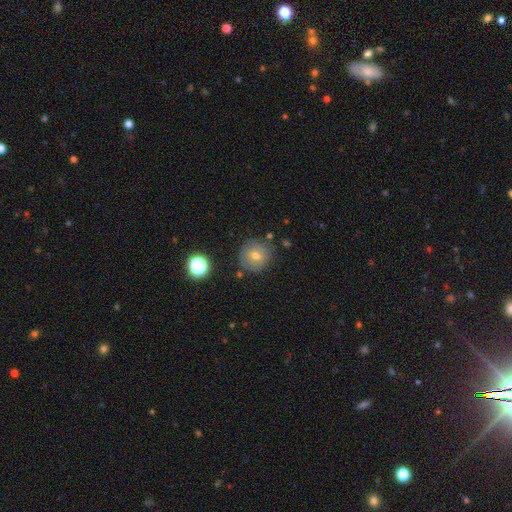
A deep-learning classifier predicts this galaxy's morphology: A smooth galaxy with no disk features (57%) that is round (90%).

Vote fractions:
- Smooth or featured? smooth: 57% / featured or disk: 28% / star or artifact: 15%
- How rounded? round: 90% / in between: 9% / cigar-shaped: 1%
- Merging? none: 79% / minor disturbance: 14% / major disturbance: 4% / merger: 3%